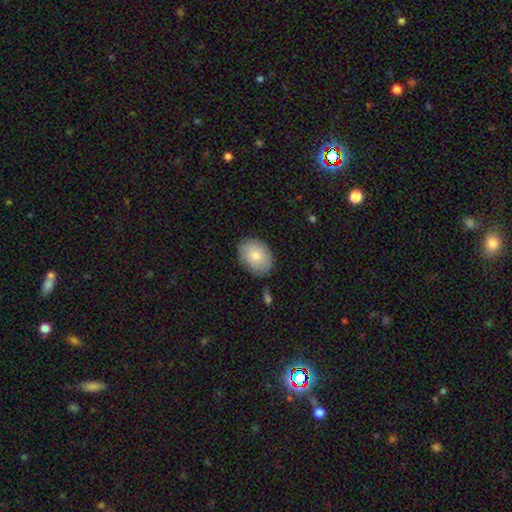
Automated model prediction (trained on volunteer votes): Q: Smooth or featured?
A: smooth (79%); runner-up: featured or disk (15%)
Q: How rounded?
A: in between (77%); runner-up: round (22%)
Q: Merging?
A: none (82%); runner-up: minor disturbance (13%)